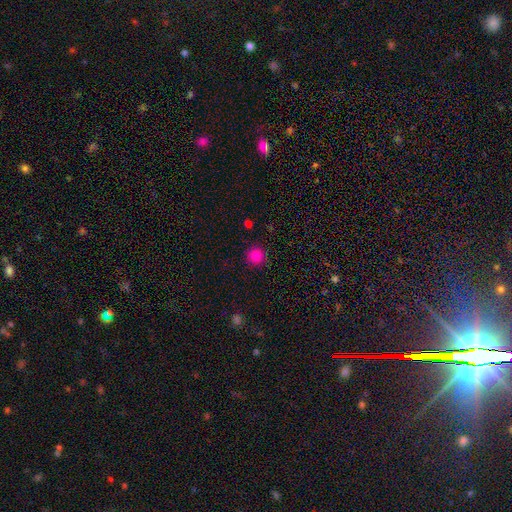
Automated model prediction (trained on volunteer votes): A smooth galaxy with no disk features (84%) that is round (95%).

Vote fractions:
- Smooth or featured? smooth: 84% / star or artifact: 12% / featured or disk: 4%
- How rounded? round: 95% / in between: 4% / cigar-shaped: 1%
- Merging? none: 90% / minor disturbance: 7% / major disturbance: 2% / merger: 1%